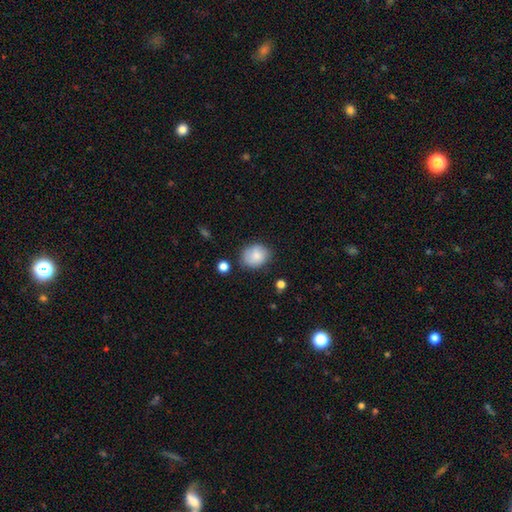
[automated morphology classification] smooth_or_featured: smooth (p=0.81) [alt: featured or disk p=0.11]
how_rounded: round (p=0.56) [alt: in between p=0.43]
merging: none (p=0.73) [alt: minor disturbance p=0.20]